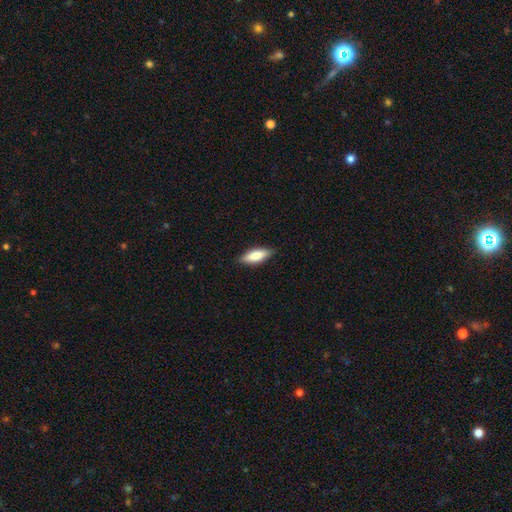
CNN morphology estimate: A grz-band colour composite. It shows a smooth galaxy with no disk features (76%) that is in between round and cigar-shaped (65%). Merging: none (87%).